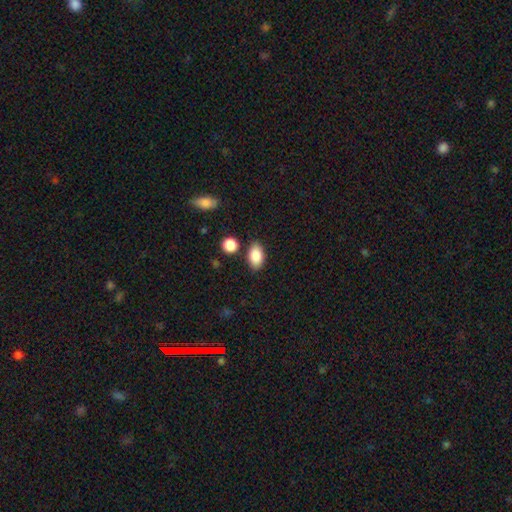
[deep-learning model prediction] Smooth or featured?
  - smooth: 87% *
  - star or artifact: 7%
  - featured or disk: 6%
How rounded?
  - in between: 90% *
  - round: 7%
  - cigar-shaped: 2%
Merging?
  - none: 81% *
  - minor disturbance: 11%
  - merger: 5%
  - major disturbance: 3%